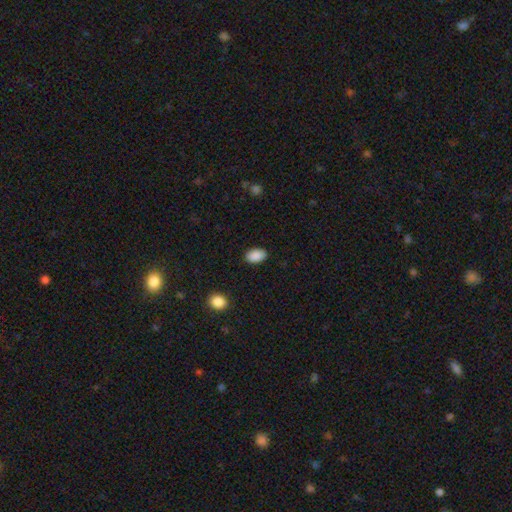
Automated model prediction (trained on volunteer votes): Q: Smooth or featured?
A: smooth (90%); runner-up: star or artifact (7%)
Q: How rounded?
A: in between (90%); runner-up: round (9%)
Q: Merging?
A: none (88%); runner-up: minor disturbance (9%)